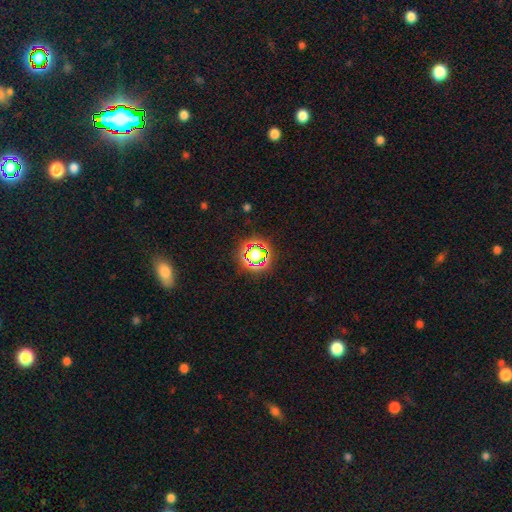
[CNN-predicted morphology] Smooth or featured? Predicted: star or artifact (p=0.56).